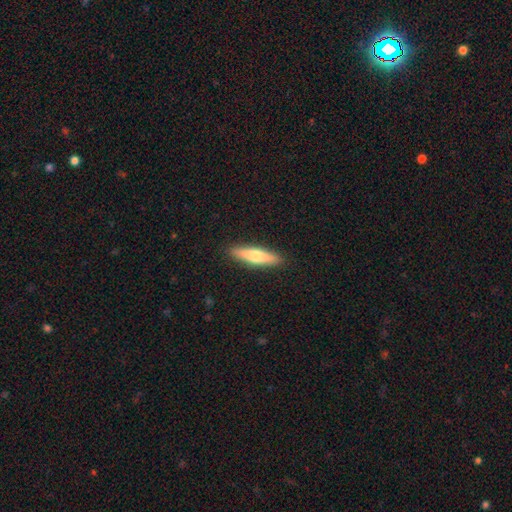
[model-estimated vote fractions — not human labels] A smooth galaxy with no disk features (60%) that is cigar-shaped (78%). Merging: none (91%).